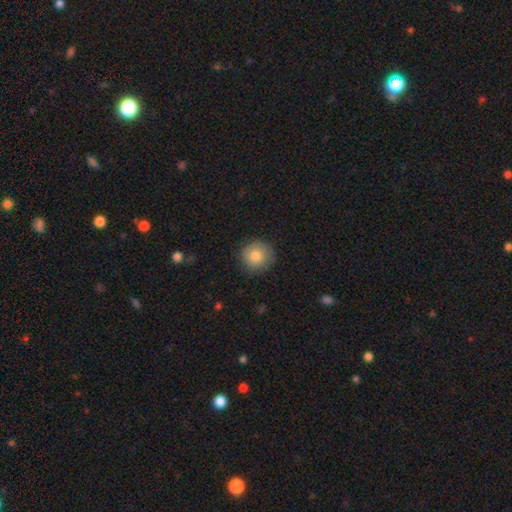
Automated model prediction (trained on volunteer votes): Q: Smooth or featured?
A: smooth (80%); runner-up: featured or disk (12%)
Q: How rounded?
A: round (93%); runner-up: in between (6%)
Q: Merging?
A: none (84%); runner-up: minor disturbance (12%)